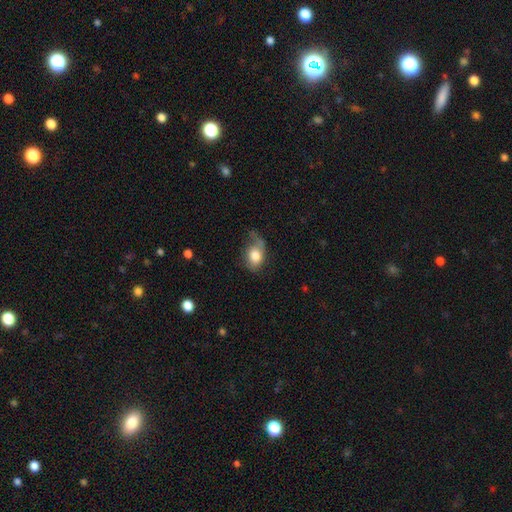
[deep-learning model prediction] A smooth galaxy with no disk features (75%) that is in between round and cigar-shaped (72%). Merging: none (36%).